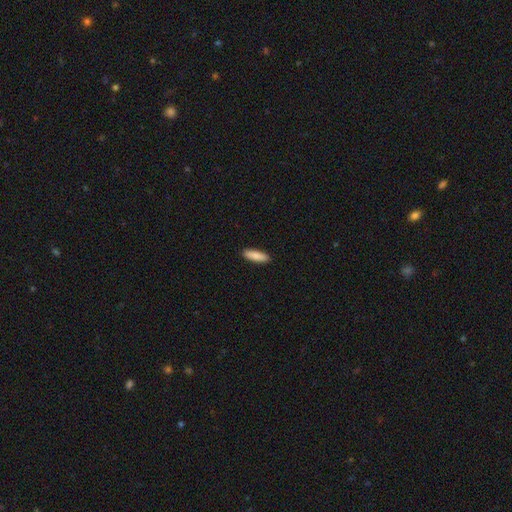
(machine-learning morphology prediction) This is clearly a smooth galaxy (87%). How rounded: possibly cigar-shaped (58%). Merging: clearly none (91%).